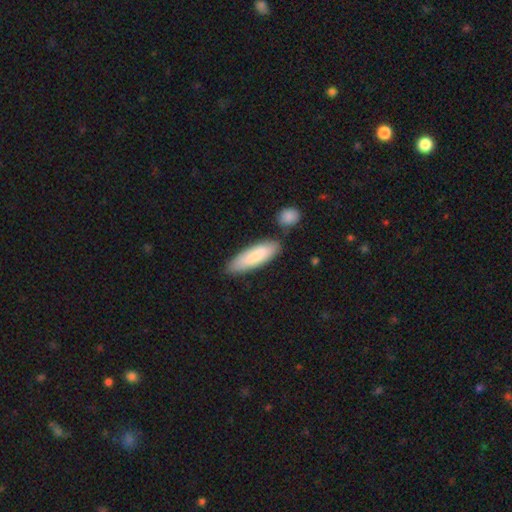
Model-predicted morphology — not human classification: smooth 82%, featured or disk 12%, star or artifact 5%. Down the decision tree: how rounded — cigar-shaped (56%); merging — none (75%).